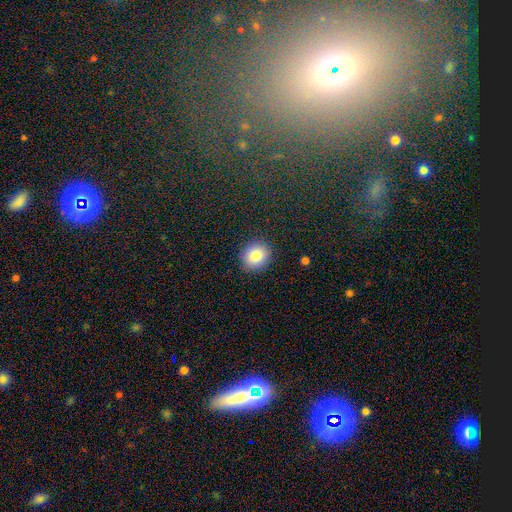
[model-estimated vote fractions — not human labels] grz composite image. It shows a smooth galaxy with no disk features (84%) that is round (79%). Merging: none (90%).